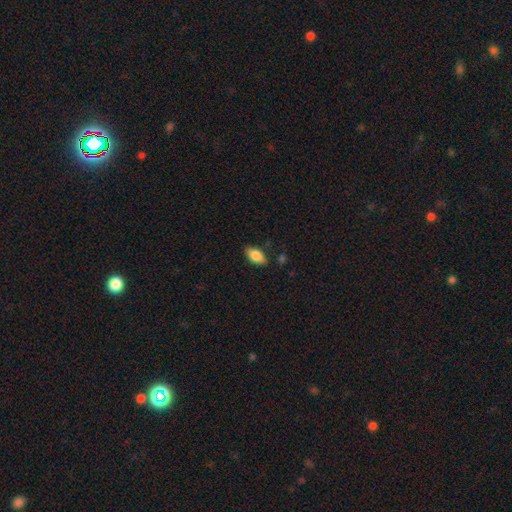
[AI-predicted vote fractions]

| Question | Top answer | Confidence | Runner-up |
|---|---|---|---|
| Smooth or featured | smooth | 82% | featured or disk (11%) |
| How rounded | in between | 90% | cigar-shaped (6%) |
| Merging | none | 83% | minor disturbance (13%) |